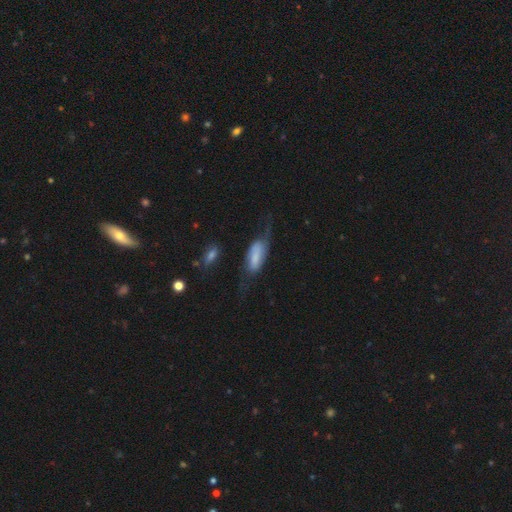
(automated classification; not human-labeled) Morphology: type=smooth (50%); merging=none (37%).